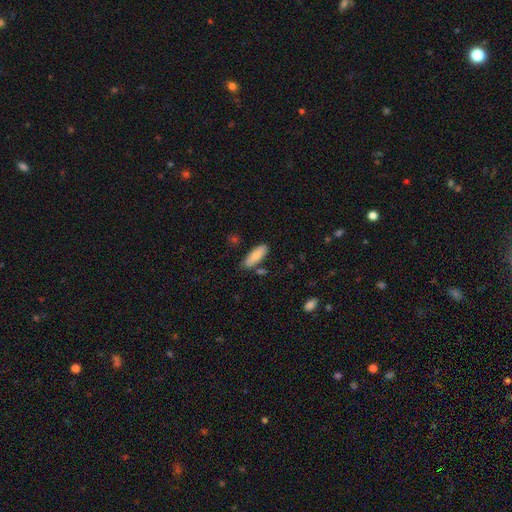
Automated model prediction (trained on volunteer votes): smooth 83%, featured or disk 11%, star or artifact 6%. Down the decision tree: how rounded — in between (65%); merging — none (73%).